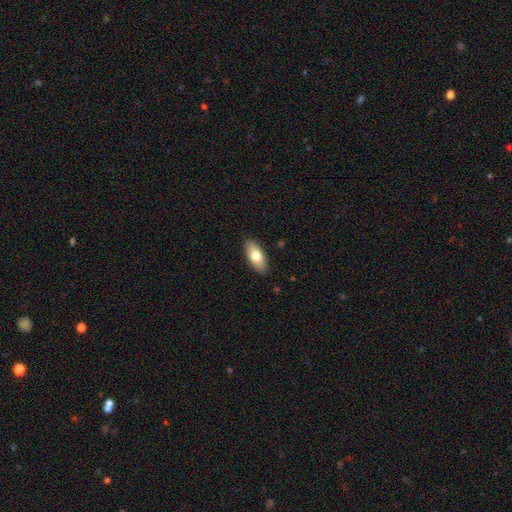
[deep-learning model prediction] Smooth or featured? smooth (76%)
How rounded? in between (85%)
Merging? none (89%)